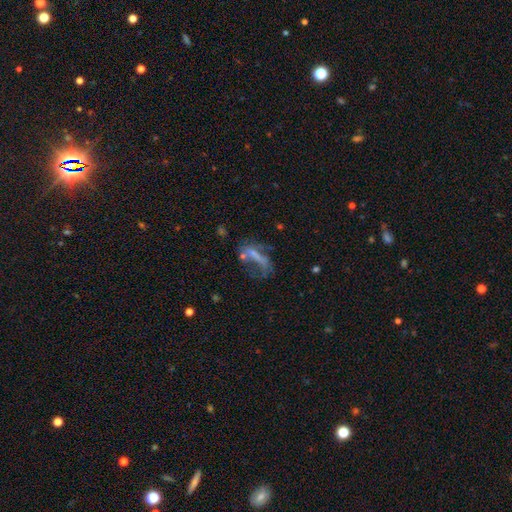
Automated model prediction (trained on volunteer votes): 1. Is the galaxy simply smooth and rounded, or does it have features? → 48% featured or disk, 36% smooth, 16% star or artifact.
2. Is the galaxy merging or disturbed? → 42% major disturbance, 27% none, 17% minor disturbance, 13% merger.